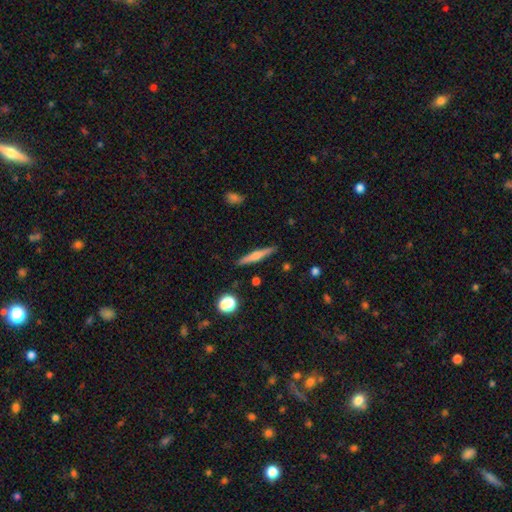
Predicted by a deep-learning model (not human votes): A smooth galaxy with no disk features (51%) that is cigar-shaped (92%). Merging: none (89%).